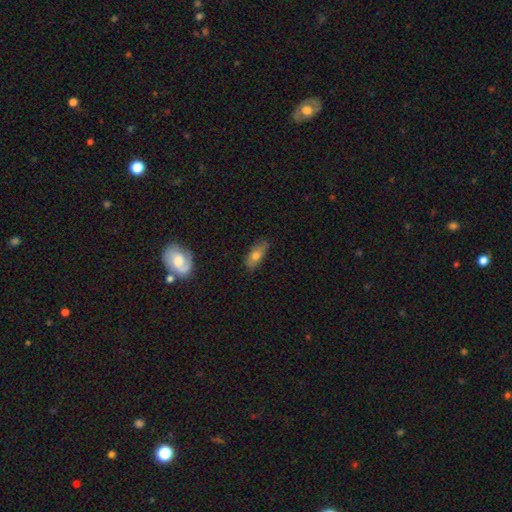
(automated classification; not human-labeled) A smooth galaxy with no disk features (70%) that is in between round and cigar-shaped (78%).

Vote fractions:
- Smooth or featured? smooth: 70% / featured or disk: 23% / star or artifact: 7%
- How rounded? in between: 78% / cigar-shaped: 18% / round: 4%
- Merging? none: 76% / minor disturbance: 19% / major disturbance: 3% / merger: 2%